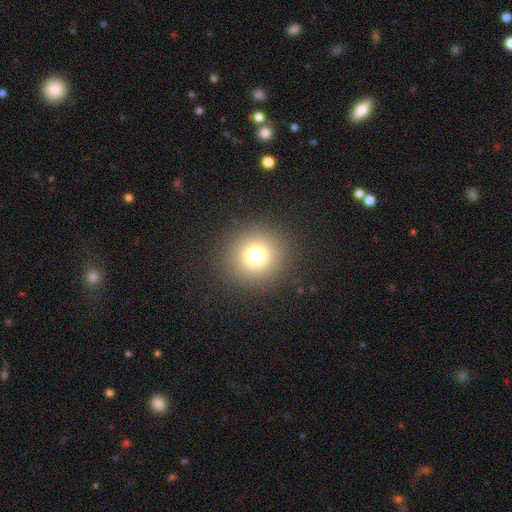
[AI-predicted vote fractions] Smooth or featured: smooth — 73% (star or artifact — 18%)
How rounded: round — 94% (in between — 5%)
Merging: none — 90% (minor disturbance — 5%)